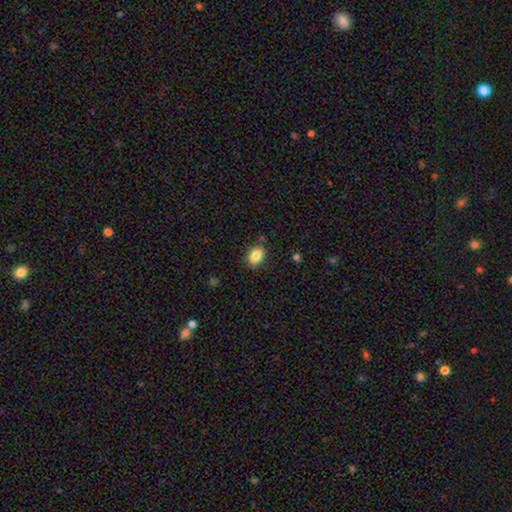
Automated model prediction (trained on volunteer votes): This appears to be a smooth galaxy with no disk features (87%) that is in between round and cigar-shaped (77%). Merging: none (84%).